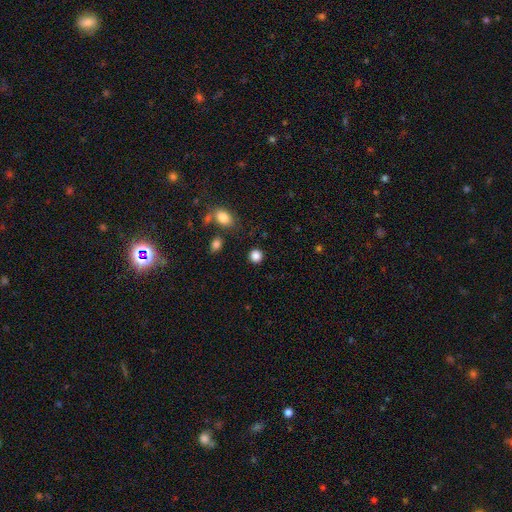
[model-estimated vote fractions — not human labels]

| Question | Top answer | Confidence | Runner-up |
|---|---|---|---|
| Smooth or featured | smooth | 86% | star or artifact (11%) |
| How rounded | round | 89% | in between (10%) |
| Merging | none | 88% | minor disturbance (7%) |